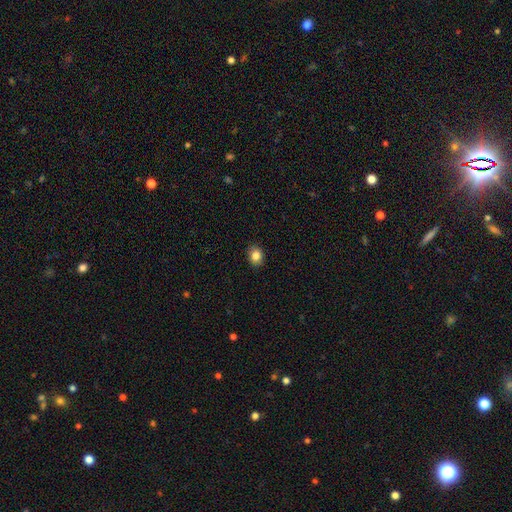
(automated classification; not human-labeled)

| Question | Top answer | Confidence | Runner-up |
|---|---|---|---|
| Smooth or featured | smooth | 84% | star or artifact (10%) |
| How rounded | in between | 52% | round (47%) |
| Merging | none | 89% | minor disturbance (9%) |